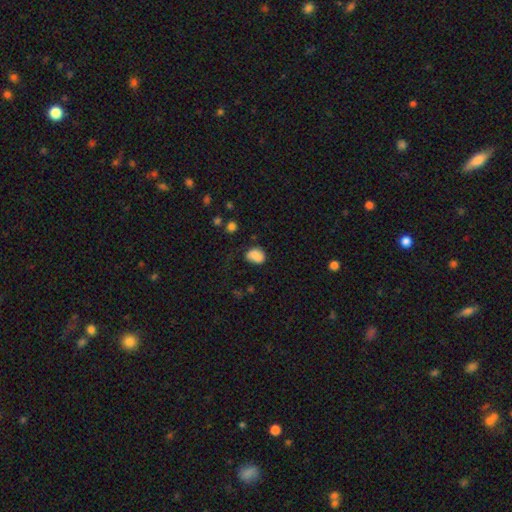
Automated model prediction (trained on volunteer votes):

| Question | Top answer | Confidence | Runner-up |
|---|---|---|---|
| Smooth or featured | smooth | 83% | star or artifact (9%) |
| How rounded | in between | 65% | round (34%) |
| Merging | none | 59% | minor disturbance (27%) |